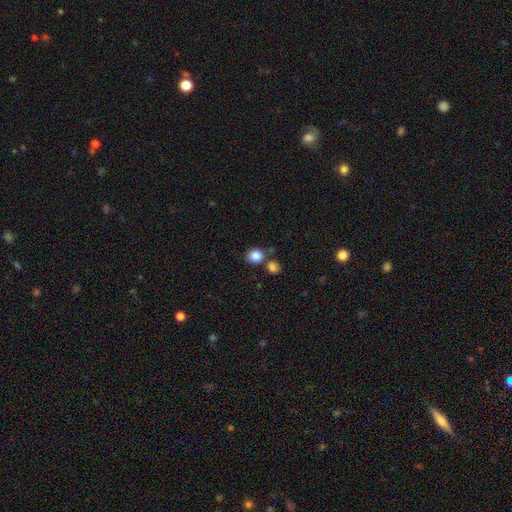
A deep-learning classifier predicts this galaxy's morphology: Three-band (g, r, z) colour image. It shows a smooth galaxy with no disk features (84%) that is round (77%). Merging: none (66%).